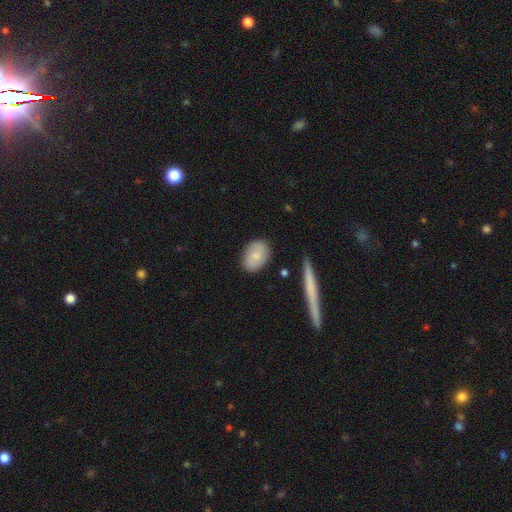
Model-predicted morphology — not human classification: The model was most divided on "how rounded": in between: 80%, round: 18%, cigar-shaped: 2%. More confident: merging — none (82%); smooth or featured — smooth (79%).